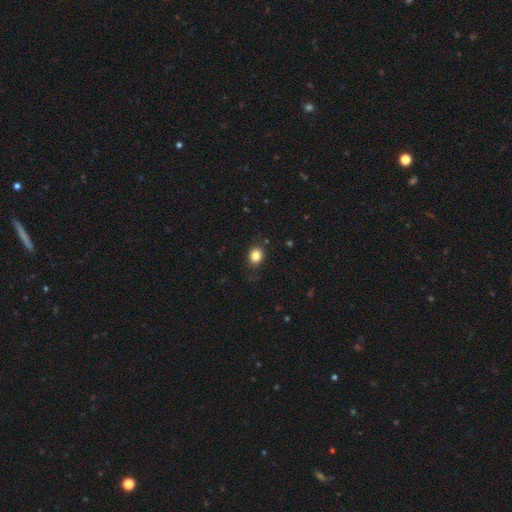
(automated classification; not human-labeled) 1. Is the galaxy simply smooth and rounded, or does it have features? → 84% smooth, 10% star or artifact, 6% featured or disk.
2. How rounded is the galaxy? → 58% round, 41% in between, 1% cigar-shaped.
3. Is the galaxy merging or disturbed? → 83% none, 12% minor disturbance, 3% major disturbance, 1% merger.